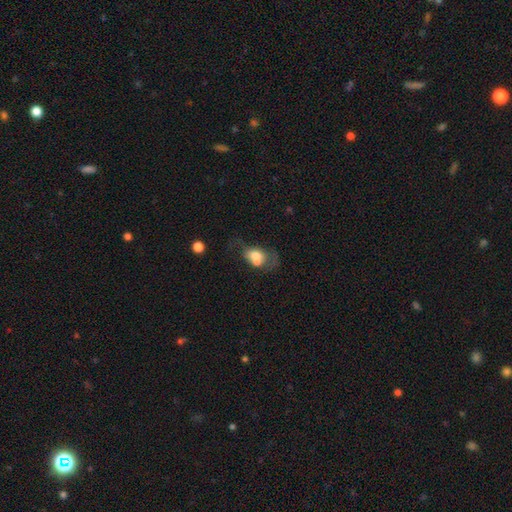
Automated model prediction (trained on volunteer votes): smooth-or-featured: smooth: 62% | featured or disk: 29% | star or artifact: 9%
  how-rounded: in between: 67% | round: 31% | cigar-shaped: 2%
  merging: merger: 47% | none: 20% | major disturbance: 19% | minor disturbance: 14%